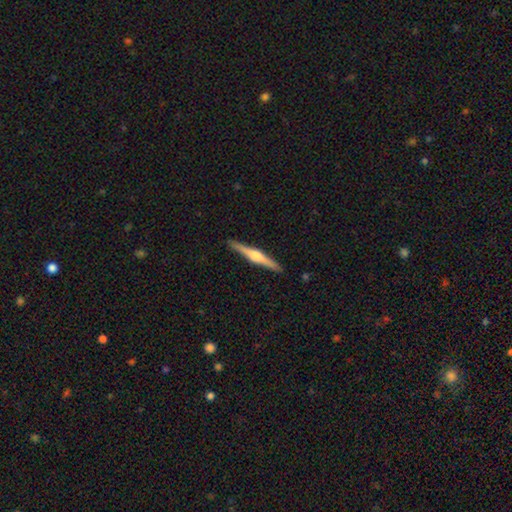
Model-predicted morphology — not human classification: Smooth or featured: featured or disk — 76% (smooth — 19%)
Edge-on disk: yes — 98% (no — 2%)
Edge-on bulge: rounded — 89% (boxy — 7%)
Merging: none — 92% (minor disturbance — 6%)